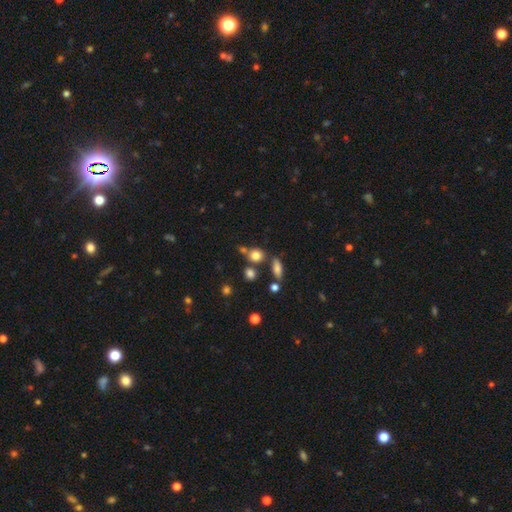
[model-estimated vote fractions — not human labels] Morphology: type=smooth (79%); roundness=round (73%); merging=none (63%).